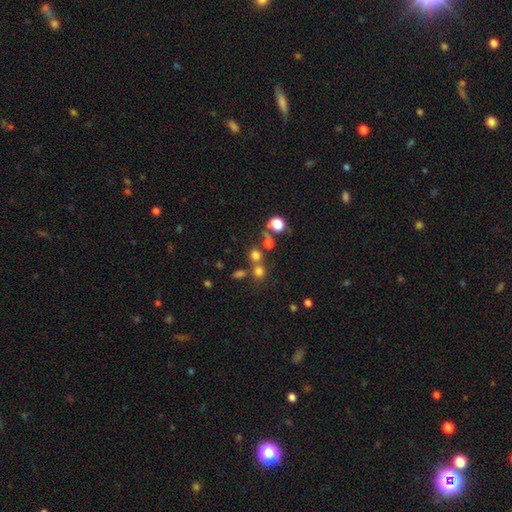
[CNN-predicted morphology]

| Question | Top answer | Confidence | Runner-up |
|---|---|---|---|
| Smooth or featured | smooth | 68% | star or artifact (22%) |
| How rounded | round | 83% | in between (16%) |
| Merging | none | 56% | merger (31%) |